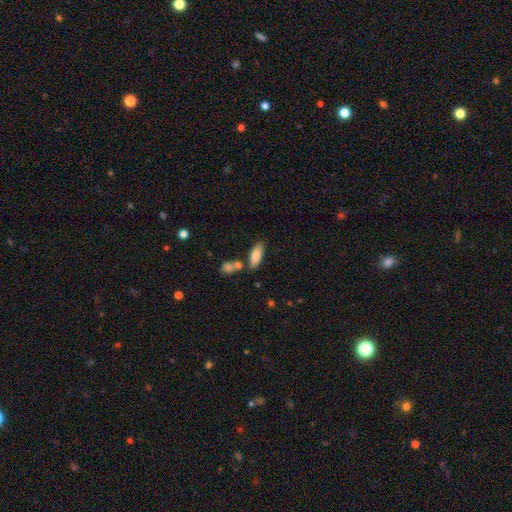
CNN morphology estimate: Q: Smooth or featured?
A: smooth (77%); runner-up: featured or disk (16%)
Q: How rounded?
A: in between (77%); runner-up: cigar-shaped (21%)
Q: Merging?
A: none (70%); runner-up: merger (14%)